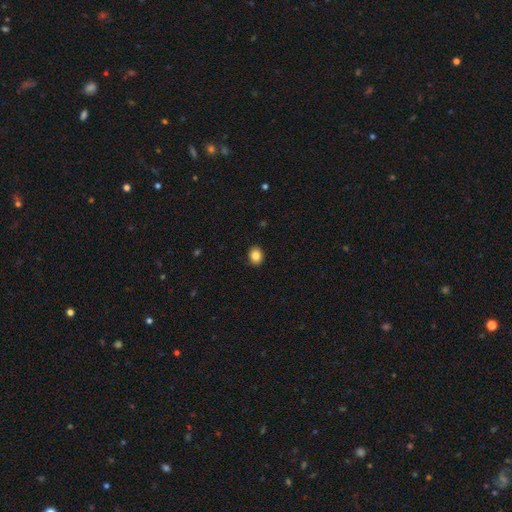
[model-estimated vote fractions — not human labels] smooth 85%, star or artifact 10%, featured or disk 5%. Down the decision tree: how rounded — round (58%); merging — none (90%).